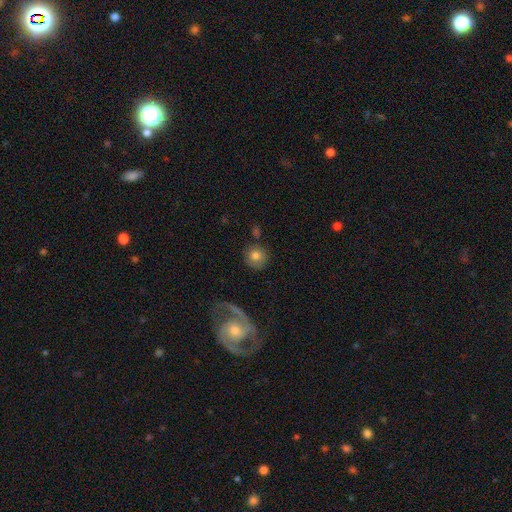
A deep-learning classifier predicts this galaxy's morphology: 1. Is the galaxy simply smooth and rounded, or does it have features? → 76% smooth, 15% featured or disk, 9% star or artifact.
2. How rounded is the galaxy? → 92% round, 7% in between, 1% cigar-shaped.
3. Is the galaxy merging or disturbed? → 82% none, 9% minor disturbance, 6% merger, 4% major disturbance.